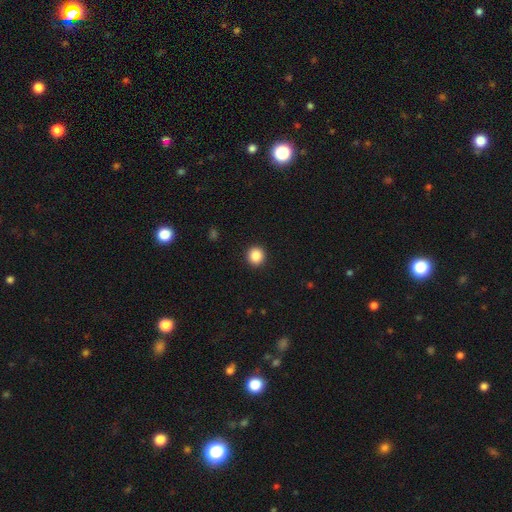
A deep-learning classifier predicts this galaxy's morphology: This appears to be a smooth galaxy with no disk features (87%) that is round (92%). Merging: none (93%).